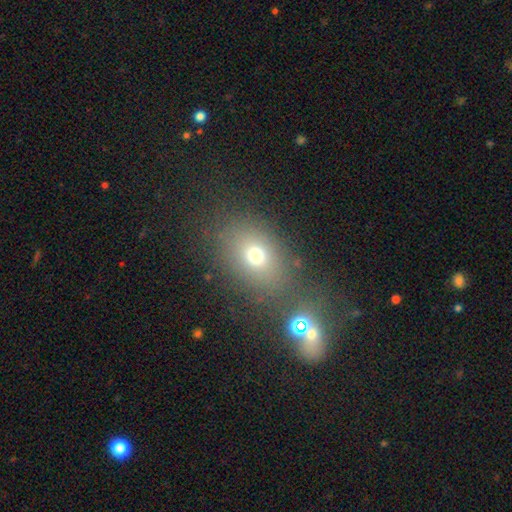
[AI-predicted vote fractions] The model was most divided on "how rounded": in between: 61%, round: 38%, cigar-shaped: 2%. More confident: merging — none (70%); smooth or featured — smooth (68%).